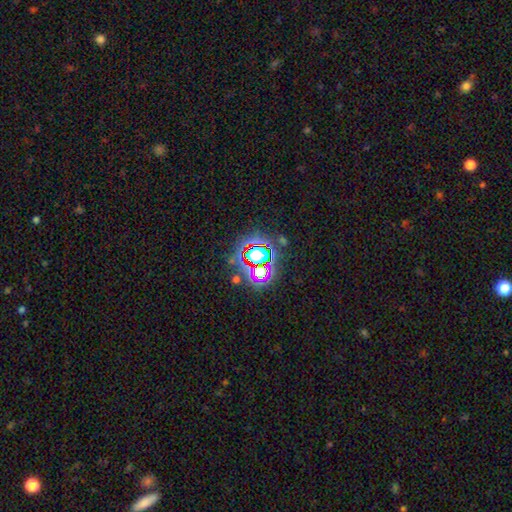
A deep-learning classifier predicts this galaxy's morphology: type=star or artifact (68%).